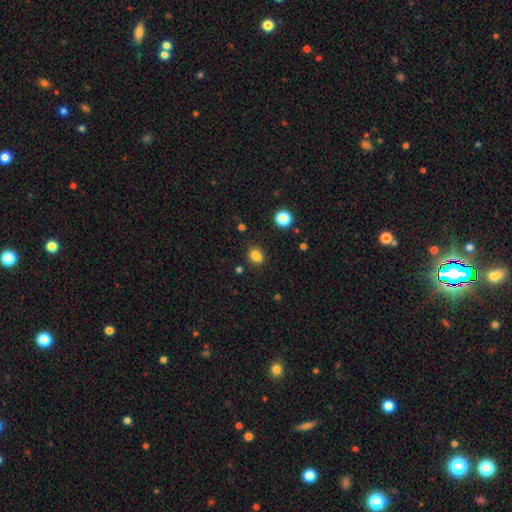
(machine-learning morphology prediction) smooth-or-featured: smooth: 80% | star or artifact: 14% | featured or disk: 6%
  how-rounded: round: 49% (tied) | in between: 49% (tied) | cigar-shaped: 1%
  merging: none: 67% | minor disturbance: 16% | merger: 12% | major disturbance: 4%